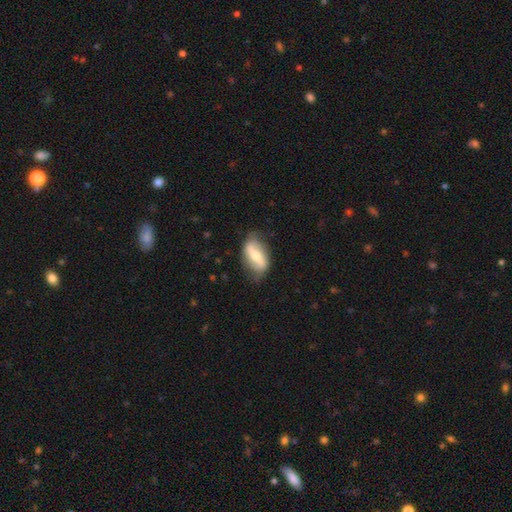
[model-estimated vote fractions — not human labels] This is likely a featured or disk galaxy (62%). It is clearly not viewed edge-on (90%). Bar: possibly strong (56%). Spiral arm pattern: likely yes (73%). Central bulge: possibly moderate (51%). Merging: likely none (71%).